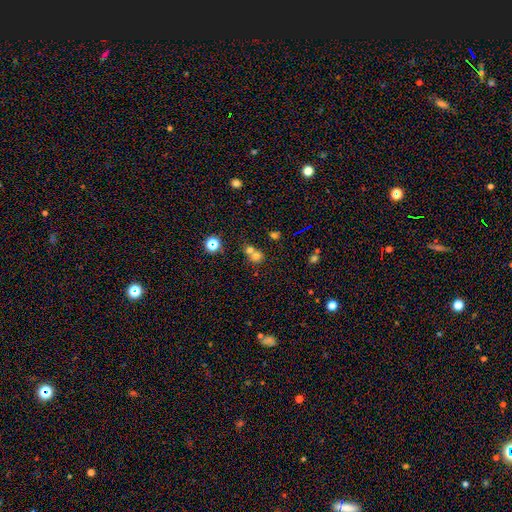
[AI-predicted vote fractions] Q: Smooth or featured?
A: smooth (67%); runner-up: star or artifact (20%)
Q: How rounded?
A: round (81%); runner-up: in between (18%)
Q: Merging?
A: merger (54%); runner-up: none (38%)